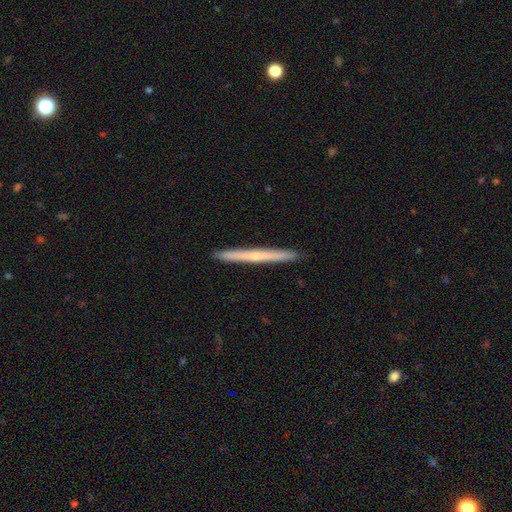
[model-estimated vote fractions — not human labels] Morphology: type=featured or disk (53%); edge-on=yes (97%); edge-on bulge=none (60%); merging=none (93%).